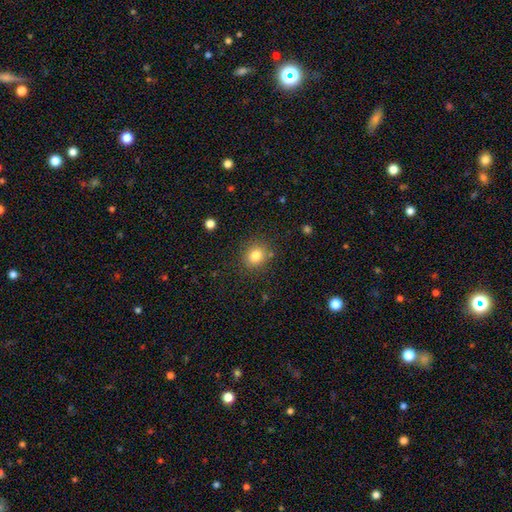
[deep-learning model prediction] A smooth galaxy with no disk features (82%) that is round (77%). Merging: none (83%).